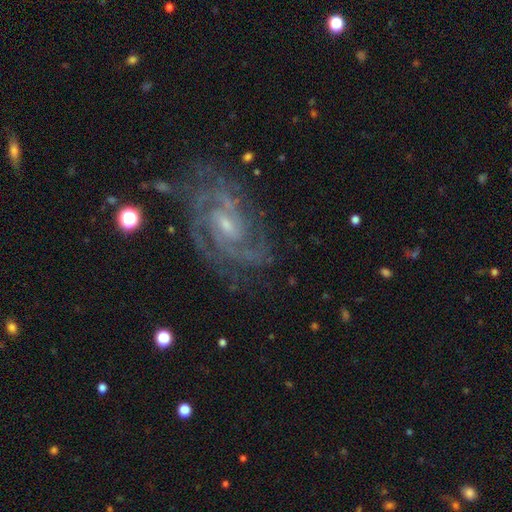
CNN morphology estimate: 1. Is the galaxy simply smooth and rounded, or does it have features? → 91% featured or disk, 6% star or artifact, 3% smooth.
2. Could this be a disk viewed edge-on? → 97% no, 3% yes.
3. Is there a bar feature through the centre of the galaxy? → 49% weak, 36% no, 15% strong.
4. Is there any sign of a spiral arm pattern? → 98% yes, 2% no.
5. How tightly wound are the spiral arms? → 57% tight, 38% medium, 5% loose.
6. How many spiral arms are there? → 42% 2, 23% 3, 13% can't tell, 10% 4, 6% more than 4, 6% 1.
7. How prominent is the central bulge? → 69% small, 25% moderate, 4% none, 1% large, 1% dominant.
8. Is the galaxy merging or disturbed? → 75% none, 16% minor disturbance, 7% major disturbance, 2% merger.